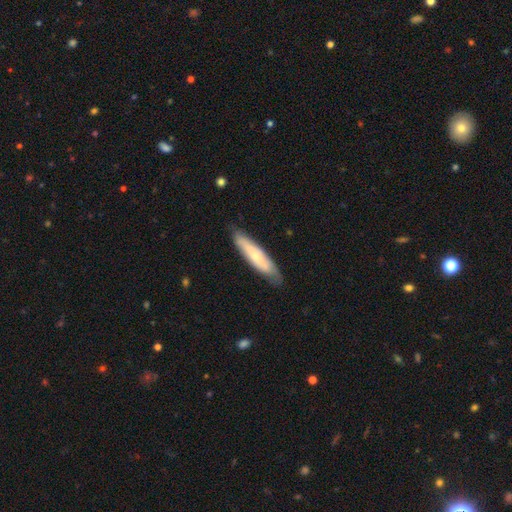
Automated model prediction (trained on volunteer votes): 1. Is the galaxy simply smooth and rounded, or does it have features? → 53% smooth, 41% featured or disk, 6% star or artifact.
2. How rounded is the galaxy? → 79% cigar-shaped, 20% in between, 1% round.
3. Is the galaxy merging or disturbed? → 79% none, 17% minor disturbance, 3% major disturbance, 1% merger.